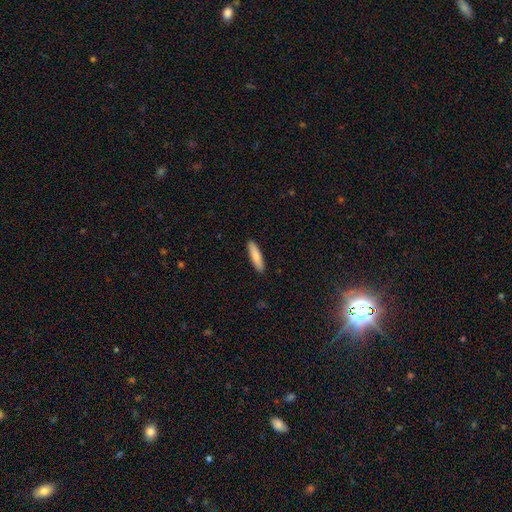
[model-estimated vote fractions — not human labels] A smooth galaxy with no disk features (83%) that is cigar-shaped (75%).

Vote fractions:
- Smooth or featured? smooth: 83% / featured or disk: 12% / star or artifact: 5%
- How rounded? cigar-shaped: 75% / in between: 24% / round: 1%
- Merging? none: 91% / minor disturbance: 7% / major disturbance: 1% / merger: 1%